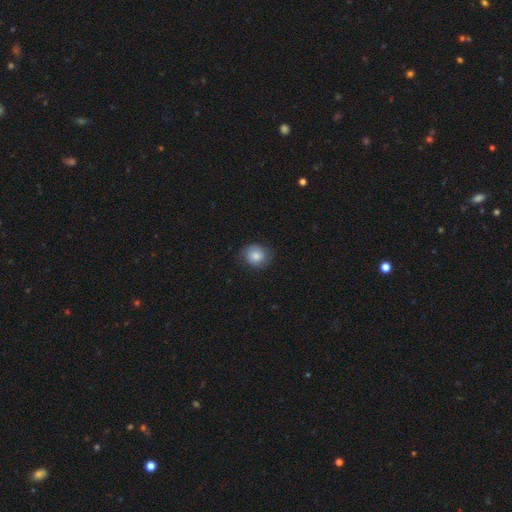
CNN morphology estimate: A smooth galaxy with no disk features (77%) that is round (79%). Merging: none (76%).